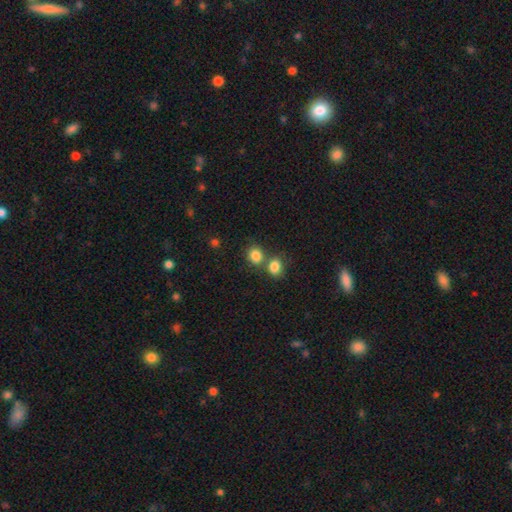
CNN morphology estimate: smooth 84%, star or artifact 10%, featured or disk 6%. Down the decision tree: how rounded — round (72%); merging — none (56%).